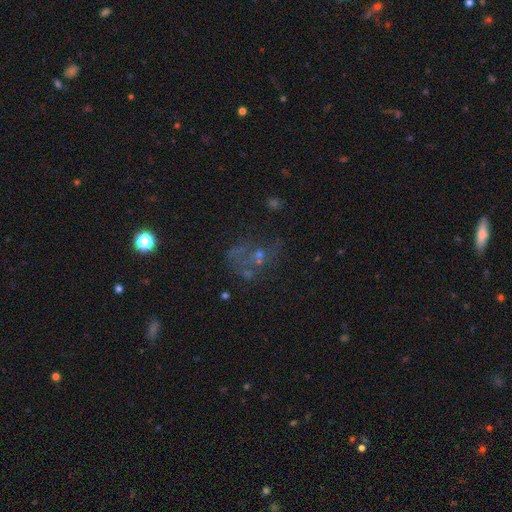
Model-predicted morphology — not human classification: Overall: featured or disk (41%; star or artifact 33%). Merging: none (39%; major disturbance 30%).